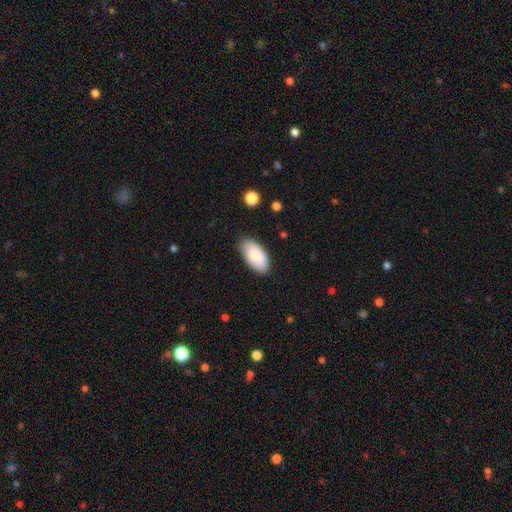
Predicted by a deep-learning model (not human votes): Smooth or featured? smooth (82%)
How rounded? in between (95%)
Merging? none (81%)